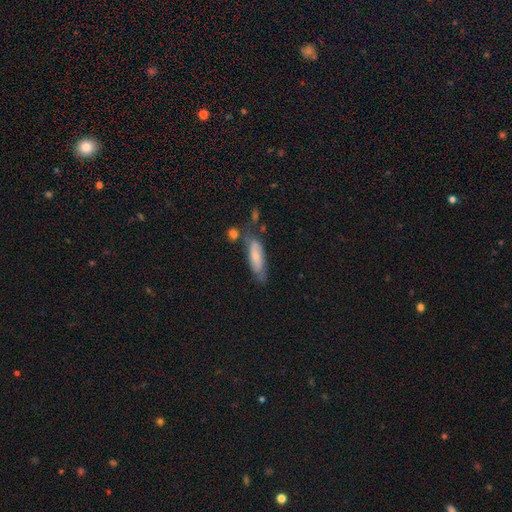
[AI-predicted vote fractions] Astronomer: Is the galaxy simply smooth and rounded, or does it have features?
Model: smooth — 64%.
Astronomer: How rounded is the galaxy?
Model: cigar-shaped — 52% (runner-up: in between, 46%).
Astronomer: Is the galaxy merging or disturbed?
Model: none — 51%.